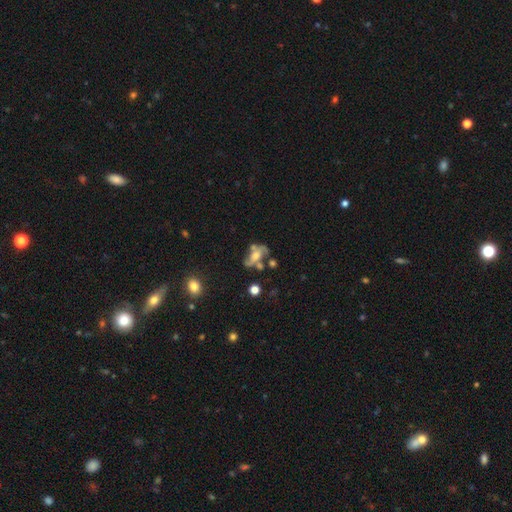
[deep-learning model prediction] Q: Smooth or featured?
A: featured or disk (62%); runner-up: smooth (27%)
Q: Edge-on disk?
A: no (90%); runner-up: yes (10%)
Q: Bar?
A: no (63%); runner-up: weak (25%)
Q: Spiral arms?
A: yes (61%); runner-up: no (39%)
Q: Bulge size?
A: moderate (50%); runner-up: small (26%)
Q: Merging?
A: none (39%); runner-up: merger (21%)